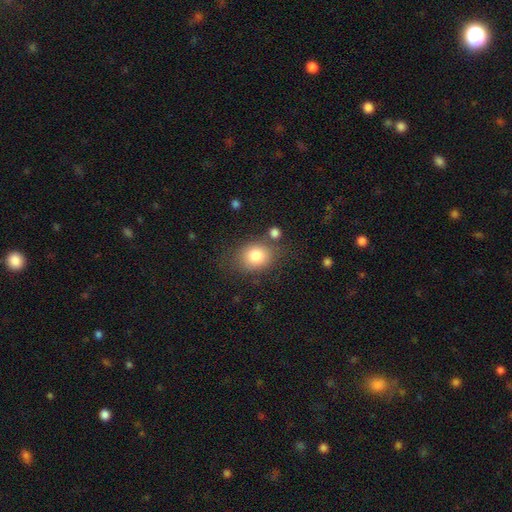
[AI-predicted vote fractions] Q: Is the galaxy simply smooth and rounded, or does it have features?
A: smooth — 82%.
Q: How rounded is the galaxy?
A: round — 50%.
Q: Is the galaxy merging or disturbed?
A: none — 69%.